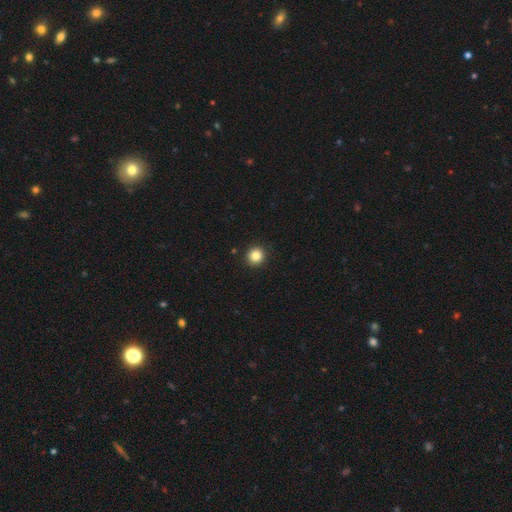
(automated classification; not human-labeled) Overall: smooth (85%). How rounded: round (94%). Merging: none (93%).